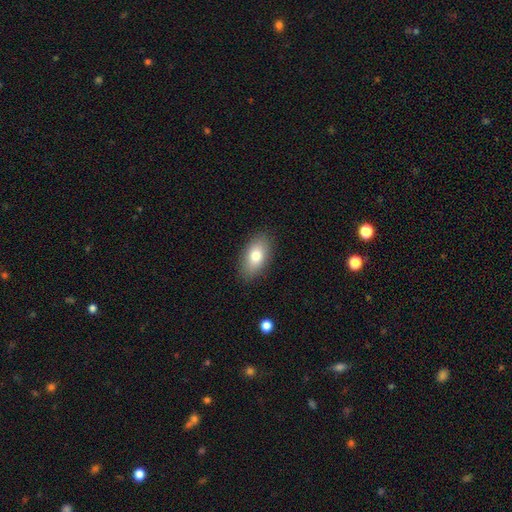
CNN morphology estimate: Q: Smooth or featured?
A: smooth (78%); runner-up: featured or disk (14%)
Q: How rounded?
A: in between (92%); runner-up: round (5%)
Q: Merging?
A: none (87%); runner-up: minor disturbance (10%)